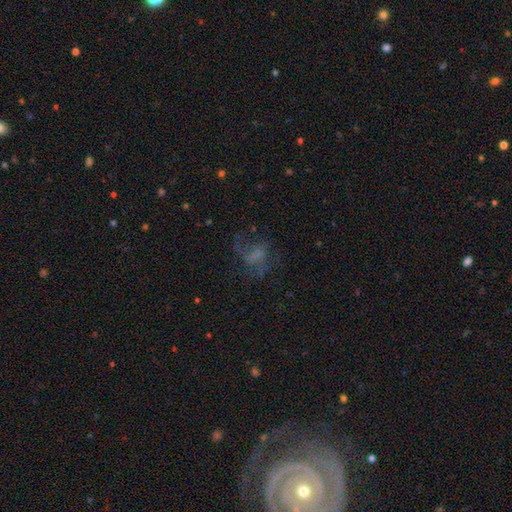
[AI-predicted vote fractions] The model was most divided on "merging": none: 43%, major disturbance: 37%, minor disturbance: 18%, merger: 3%. Remaining: smooth or featured — featured or disk (46%).